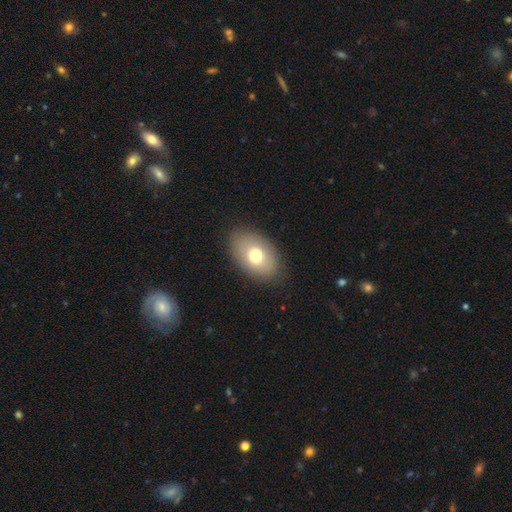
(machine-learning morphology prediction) smooth_or_featured: smooth (p=0.71) [alt: featured or disk p=0.20]
how_rounded: in between (p=0.86) [alt: round p=0.12]
merging: none (p=0.85) [alt: minor disturbance p=0.11]